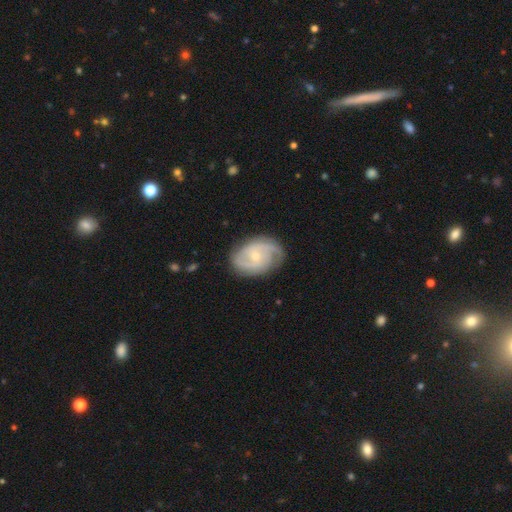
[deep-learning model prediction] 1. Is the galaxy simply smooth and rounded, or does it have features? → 84% featured or disk, 11% smooth, 5% star or artifact.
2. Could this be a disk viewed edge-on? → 97% no, 3% yes.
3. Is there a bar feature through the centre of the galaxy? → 61% no, 33% weak, 5% strong.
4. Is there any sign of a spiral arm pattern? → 96% yes, 4% no.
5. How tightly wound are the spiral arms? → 47% medium, 39% tight, 15% loose.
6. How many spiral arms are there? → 63% 2, 15% 3, 12% can't tell, 4% 1, 3% 4, 3% more than 4.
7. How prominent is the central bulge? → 68% small, 28% moderate, 2% none, 1% large, 1% dominant.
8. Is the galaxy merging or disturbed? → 78% none, 16% minor disturbance, 5% major disturbance, 1% merger.